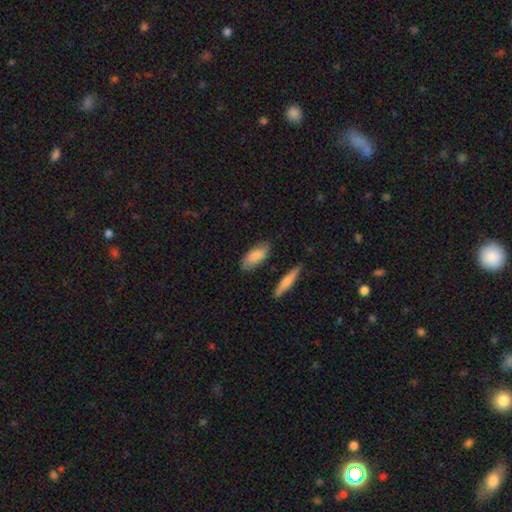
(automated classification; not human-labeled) smooth_or_featured: smooth (p=0.82) [alt: featured or disk p=0.13]
how_rounded: in between (p=0.81) [alt: cigar-shaped p=0.16]
merging: none (p=0.77) [alt: minor disturbance p=0.16]